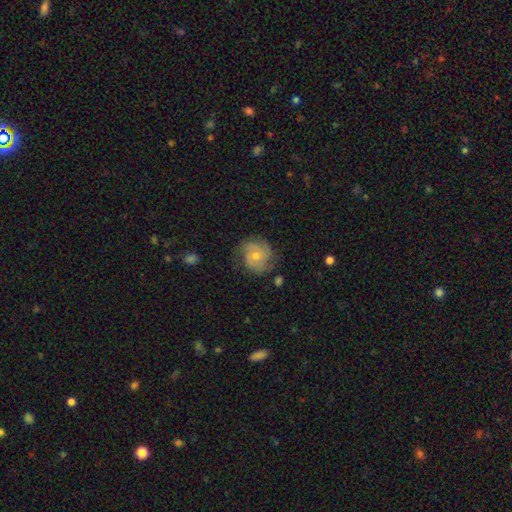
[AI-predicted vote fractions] smooth-or-featured: featured or disk: 70% | smooth: 23% | star or artifact: 6%
  disk-edge-on: no: 98% | yes: 2%
    bar: no: 64% | weak: 31% | strong: 5%
    has-spiral-arms: yes: 91% | no: 9%
      spiral-winding: tight: 46% | medium: 41% | loose: 13%
      spiral-arm-count: 2: 42% | 3: 25% | can't tell: 20% | 4: 5% | 1: 4% | more than 4: 3%
    bulge-size: moderate: 48% | small: 47% | none: 2% | large: 2% | dominant: 1%
  merging: none: 69% | minor disturbance: 22% | major disturbance: 8% | merger: 2%